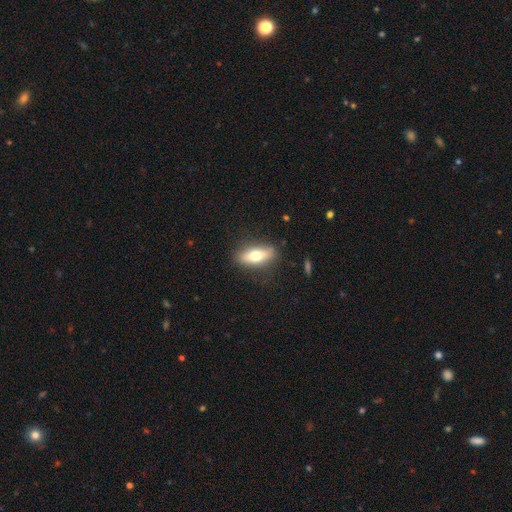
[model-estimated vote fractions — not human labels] smooth_or_featured: smooth (p=0.65) [alt: featured or disk p=0.28]
how_rounded: in between (p=0.75) [alt: cigar-shaped p=0.20]
merging: none (p=0.85) [alt: minor disturbance p=0.11]